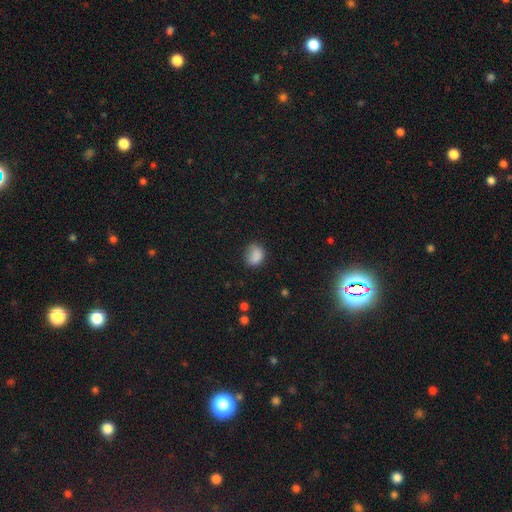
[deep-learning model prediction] This is clearly a smooth galaxy (84%). How rounded: possibly round (54%). Merging: likely none (64%).